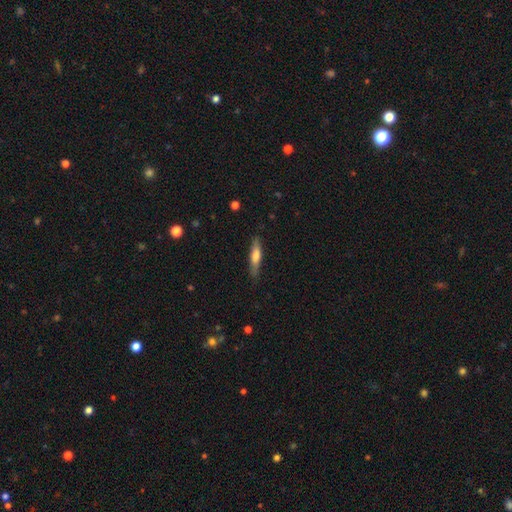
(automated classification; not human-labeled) Smooth or featured: smooth — 59% (featured or disk — 35%)
How rounded: cigar-shaped — 81% (in between — 17%)
Merging: none — 83% (minor disturbance — 13%)